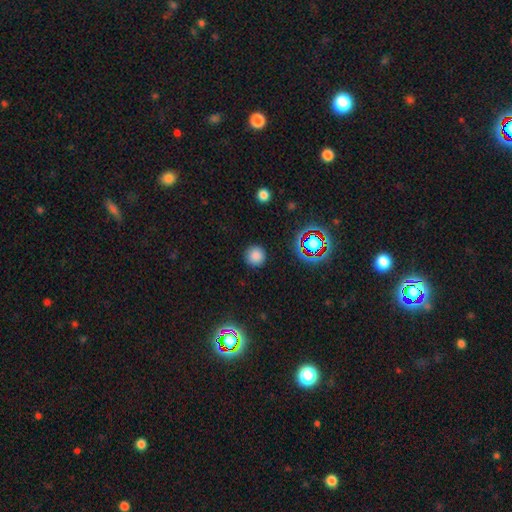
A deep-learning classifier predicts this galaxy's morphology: The model was most divided on "smooth or featured": smooth: 80%, star or artifact: 15%, featured or disk: 5%. More confident: how rounded — round (95%); merging — none (90%).